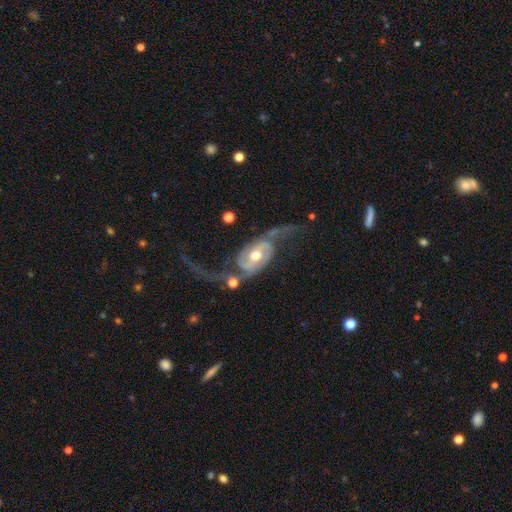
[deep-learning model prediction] This is clearly a featured or disk galaxy (89%). It is clearly not viewed edge-on (96%). Bar: possibly no (47%). Spiral arm pattern: clearly yes (95%). Spiral arm count: clearly 2 (92%). Spiral winding: likely loose (61%). Central bulge: likely moderate (78%). Merging: marginally none (44%).